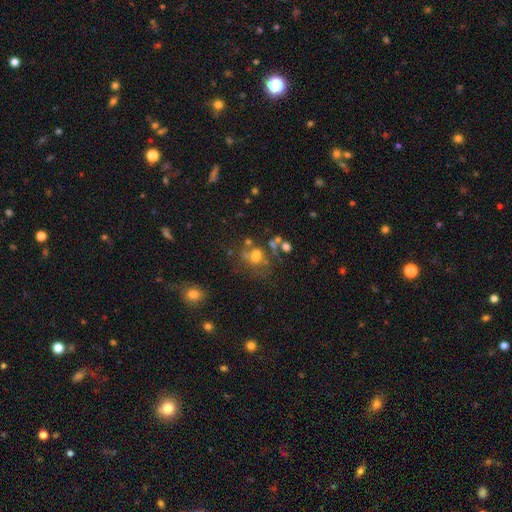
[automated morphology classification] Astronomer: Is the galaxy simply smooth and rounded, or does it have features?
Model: smooth — 50% (runner-up: featured or disk, 29%).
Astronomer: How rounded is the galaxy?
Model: round — 55% (runner-up: in between, 44%).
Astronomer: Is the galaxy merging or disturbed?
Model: none — 39% (runner-up: merger, 24%).